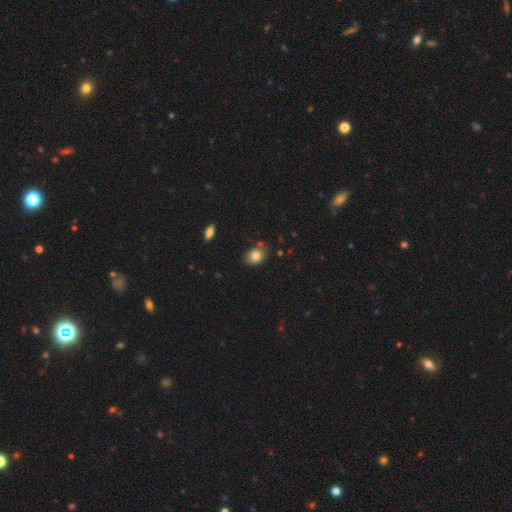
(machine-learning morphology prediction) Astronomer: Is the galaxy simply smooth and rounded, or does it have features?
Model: smooth — 81%.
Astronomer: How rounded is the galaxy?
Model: in between — 67%.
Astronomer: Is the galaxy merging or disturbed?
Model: none — 71%.